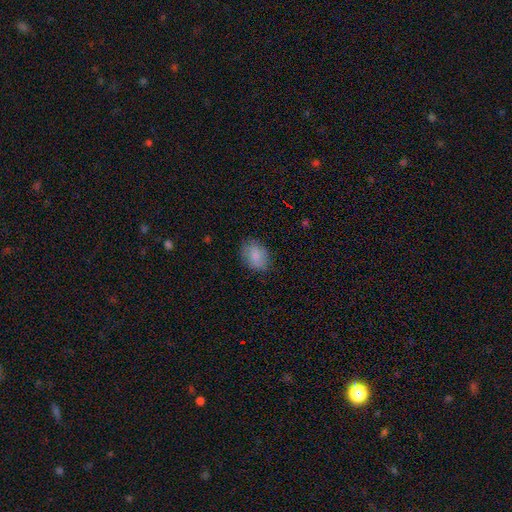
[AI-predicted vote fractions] Smooth or featured? smooth (78%)
How rounded? in between (69%)
Merging? none (76%)